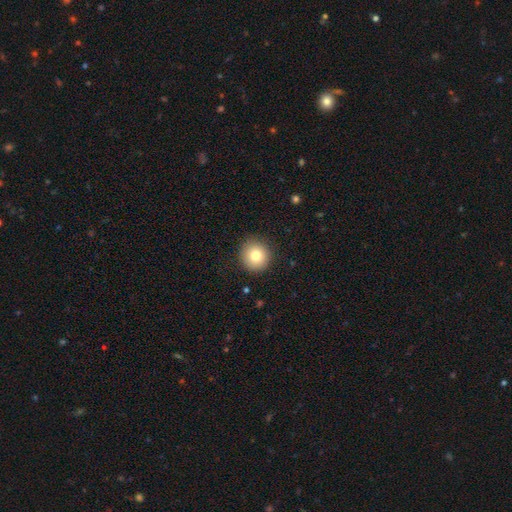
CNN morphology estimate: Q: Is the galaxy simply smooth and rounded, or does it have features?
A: smooth — 78%.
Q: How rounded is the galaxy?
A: round — 94%.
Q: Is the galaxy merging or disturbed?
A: none — 90%.